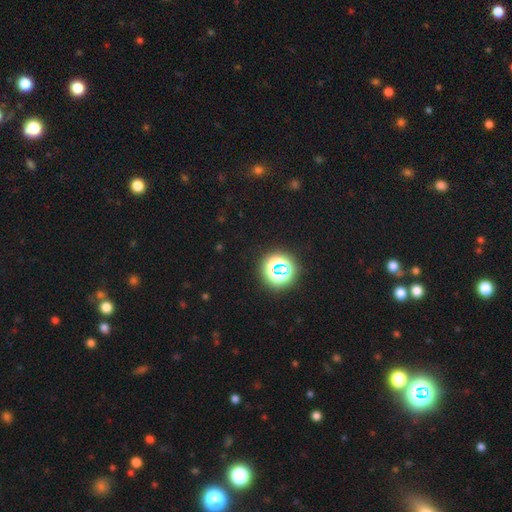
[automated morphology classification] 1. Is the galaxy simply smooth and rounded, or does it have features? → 75% star or artifact, 19% smooth, 7% featured or disk.